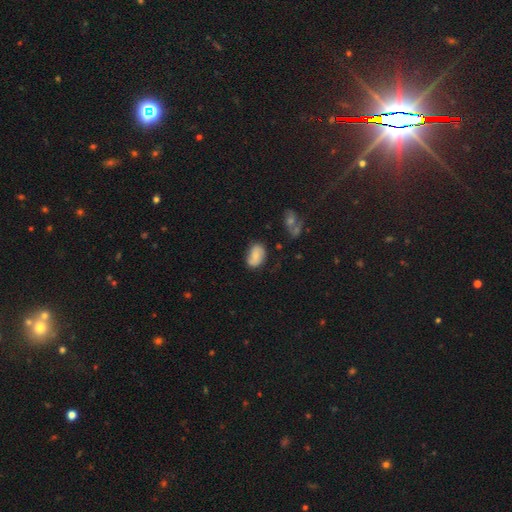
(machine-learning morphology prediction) Smooth or featured? Predicted: smooth (p=0.64). How rounded? Predicted: in between (p=0.83). Merging? Predicted: none (p=0.69).